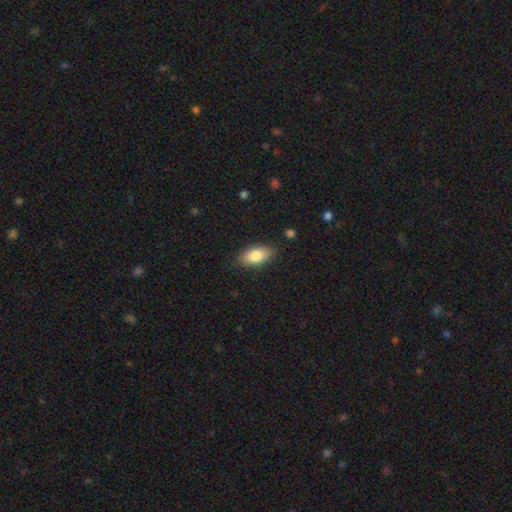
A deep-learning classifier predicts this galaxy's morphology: A smooth galaxy with no disk features (81%) that is in between round and cigar-shaped (91%). Merging: none (85%).